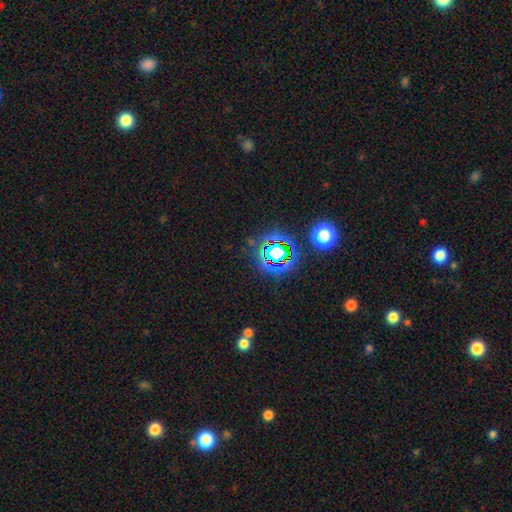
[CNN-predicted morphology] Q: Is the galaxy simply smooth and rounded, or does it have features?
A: star or artifact — 75%.